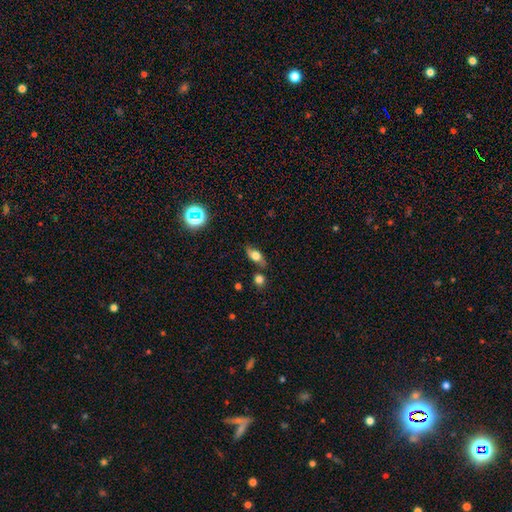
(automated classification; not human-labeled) Smooth or featured? Predicted: smooth (p=0.56). How rounded? Predicted: in between (p=0.71). Merging? Predicted: none (p=0.70).